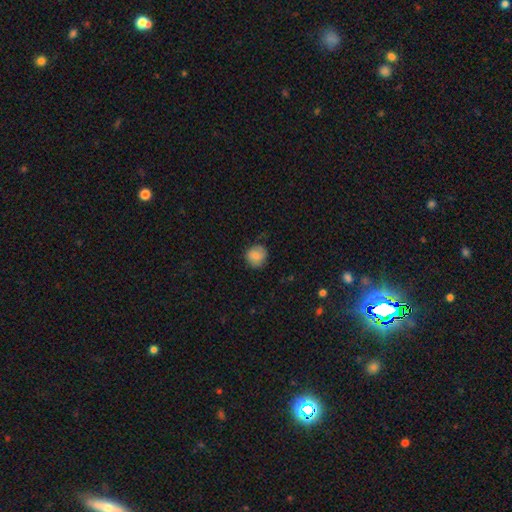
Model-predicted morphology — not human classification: Smooth or featured?
  - smooth: 84% *
  - star or artifact: 8%
  - featured or disk: 8%
How rounded?
  - round: 85% *
  - in between: 14%
  - cigar-shaped: 1%
Merging?
  - none: 77% *
  - minor disturbance: 18%
  - major disturbance: 4%
  - merger: 1%